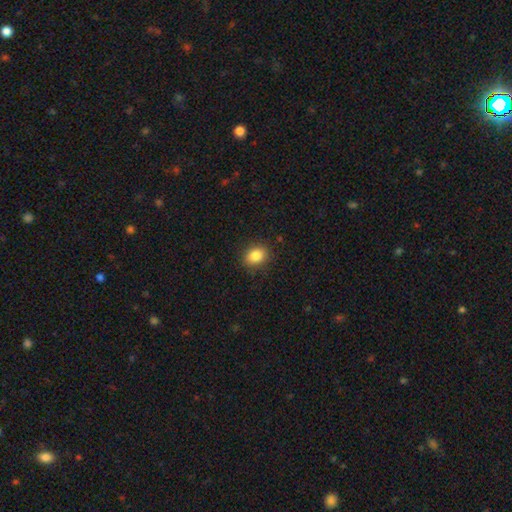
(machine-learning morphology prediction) Q: Smooth or featured?
A: smooth (86%); runner-up: star or artifact (9%)
Q: How rounded?
A: in between (55%); runner-up: round (44%)
Q: Merging?
A: none (88%); runner-up: minor disturbance (8%)